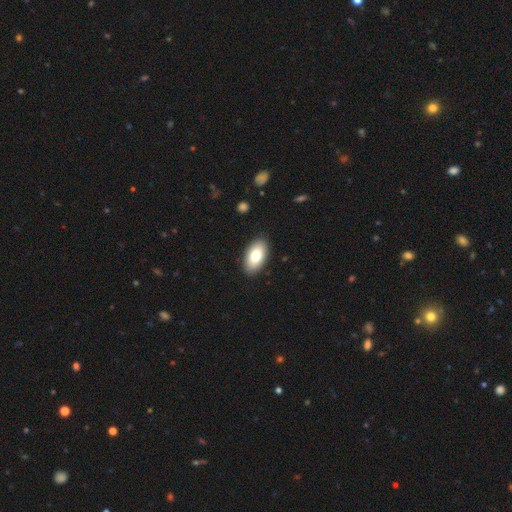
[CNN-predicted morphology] A smooth galaxy with no disk features (78%) that is in between round and cigar-shaped (94%). Merging: none (88%).